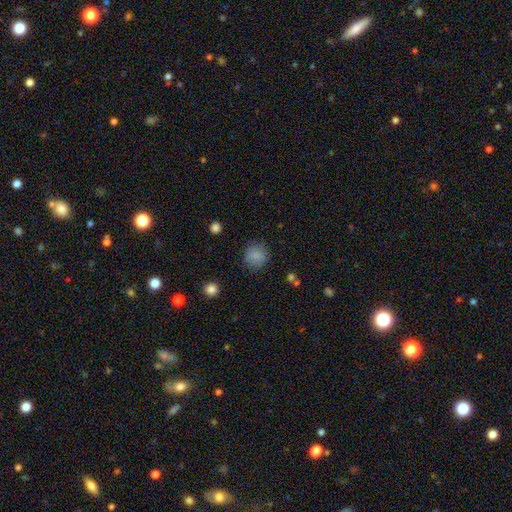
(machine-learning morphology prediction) Smooth or featured? smooth (85%)
How rounded? round (88%)
Merging? none (84%)